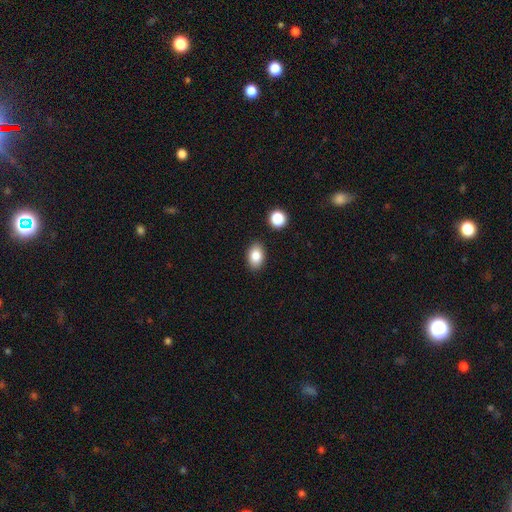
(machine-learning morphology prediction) A smooth galaxy with no disk features (85%) that is in between round and cigar-shaped (85%). Merging: none (86%).